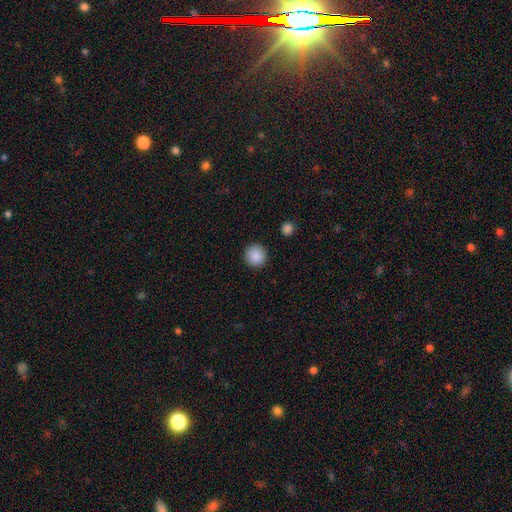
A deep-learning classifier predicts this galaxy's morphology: Q: Smooth or featured?
A: smooth (89%); runner-up: star or artifact (8%)
Q: How rounded?
A: round (95%); runner-up: in between (4%)
Q: Merging?
A: none (92%); runner-up: minor disturbance (5%)